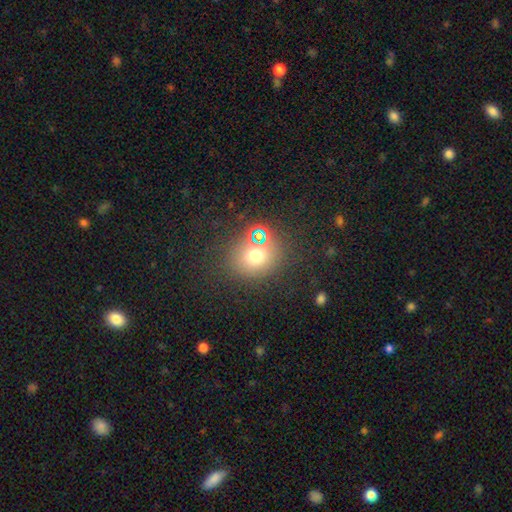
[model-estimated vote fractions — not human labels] The model was most divided on "smooth or featured": smooth: 67%, star or artifact: 23%, featured or disk: 10%. More confident: merging — none (74%); how rounded — round (71%).